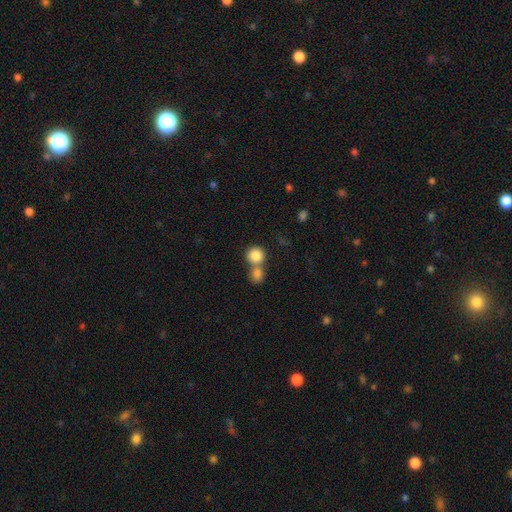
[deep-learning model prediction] Q: Smooth or featured?
A: smooth (85%); runner-up: star or artifact (9%)
Q: How rounded?
A: round (88%); runner-up: in between (11%)
Q: Merging?
A: merger (49%); runner-up: none (41%)